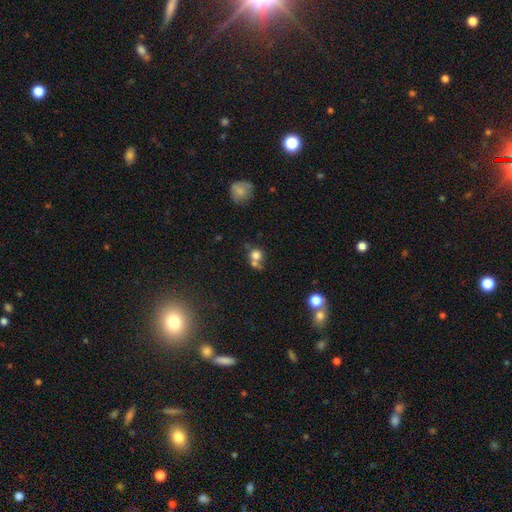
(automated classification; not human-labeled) Morphology: type=smooth (75%); roundness=round (84%); merging=none (42%, tied with merger).